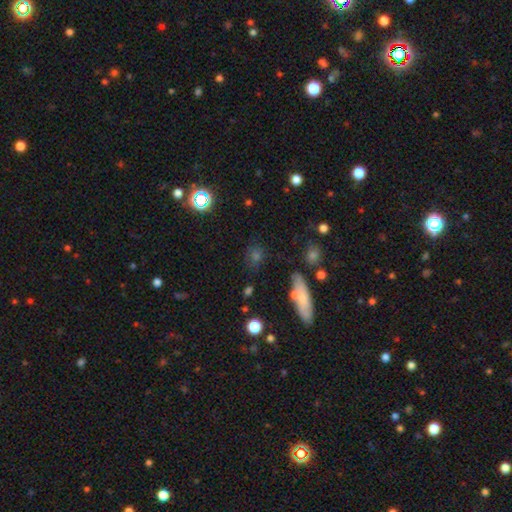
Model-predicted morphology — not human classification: Smooth or featured? Predicted: smooth (p=0.54). How rounded? Predicted: round (p=0.60). Merging? Predicted: none (p=0.76).